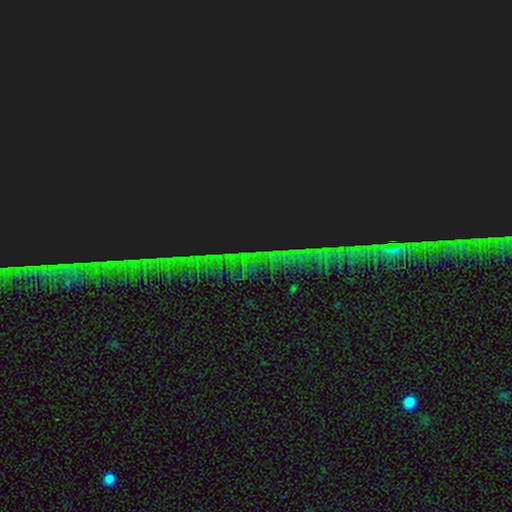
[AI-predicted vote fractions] A star or artifact, not a galaxy (84%).